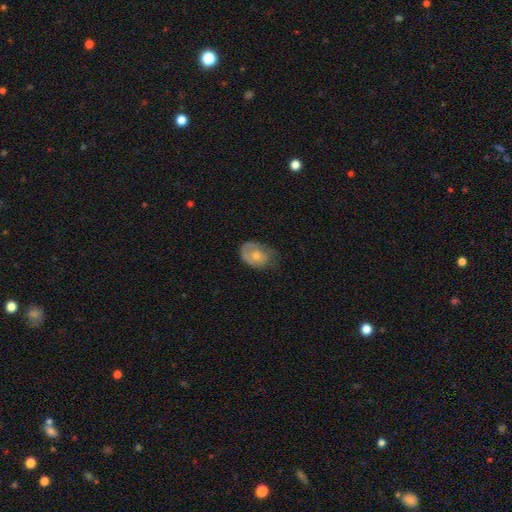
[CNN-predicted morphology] A smooth galaxy with no disk features (61%) that is in between round and cigar-shaped (71%).

Vote fractions:
- Smooth or featured? smooth: 61% / featured or disk: 32% / star or artifact: 7%
- How rounded? in between: 71% / round: 28% / cigar-shaped: 1%
- Merging? none: 43% / minor disturbance: 36% / major disturbance: 18% / merger: 2%